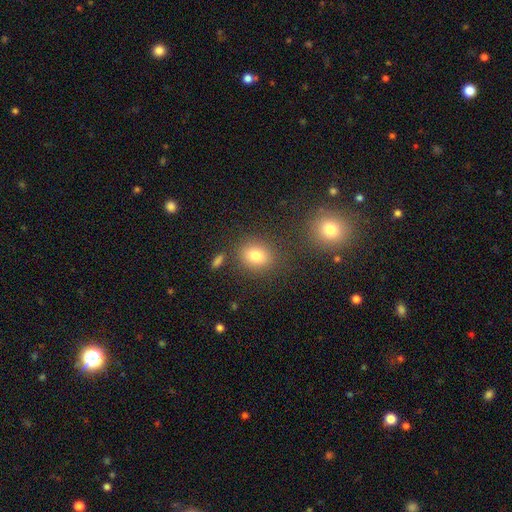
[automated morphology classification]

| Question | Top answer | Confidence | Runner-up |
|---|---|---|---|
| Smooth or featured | smooth | 79% | star or artifact (13%) |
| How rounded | round | 60% | in between (39%) |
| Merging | none | 79% | minor disturbance (10%) |